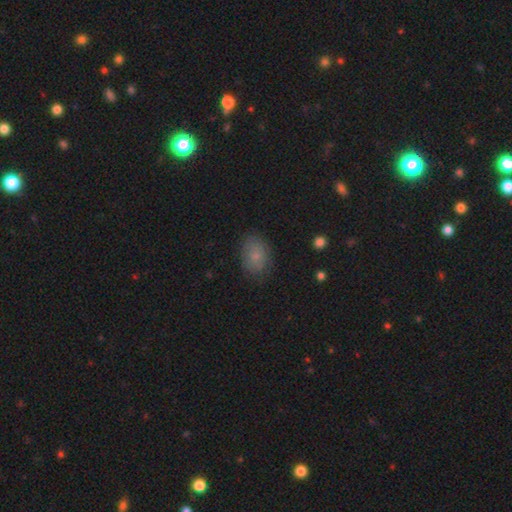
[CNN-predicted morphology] type=smooth (80%); roundness=in between (77%); merging=none (80%).